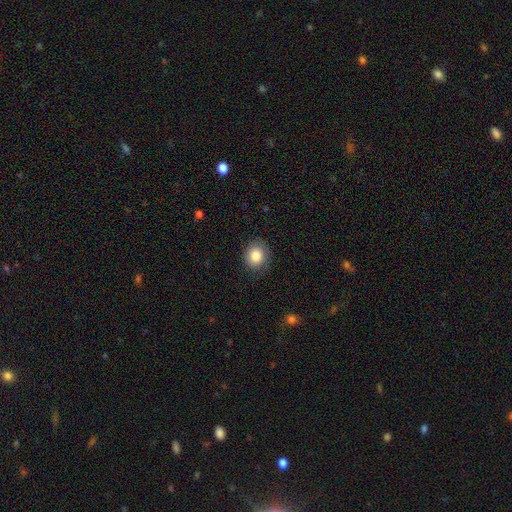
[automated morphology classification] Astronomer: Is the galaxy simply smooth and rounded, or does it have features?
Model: smooth — 84%.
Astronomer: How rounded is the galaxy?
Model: round — 69%.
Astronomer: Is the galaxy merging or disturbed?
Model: none — 84%.